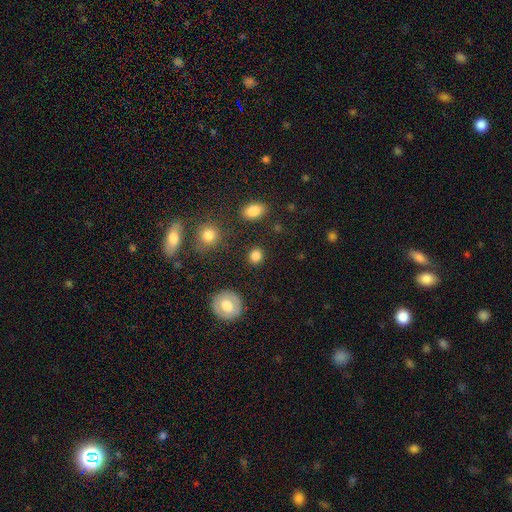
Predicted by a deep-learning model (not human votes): smooth_or_featured: smooth (p=0.83) [alt: star or artifact p=0.11]
how_rounded: round (p=0.83) [alt: in between p=0.16]
merging: none (p=0.87) [alt: minor disturbance p=0.07]